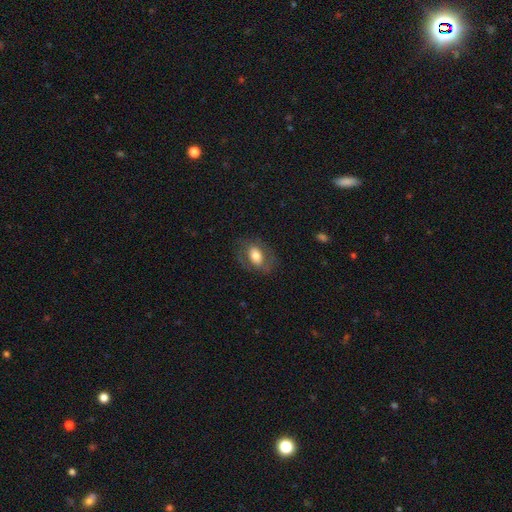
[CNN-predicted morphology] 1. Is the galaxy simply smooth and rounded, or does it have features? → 61% smooth, 32% featured or disk, 7% star or artifact.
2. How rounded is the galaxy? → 83% in between, 15% round, 2% cigar-shaped.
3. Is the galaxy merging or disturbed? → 73% none, 16% minor disturbance, 10% major disturbance, 1% merger.